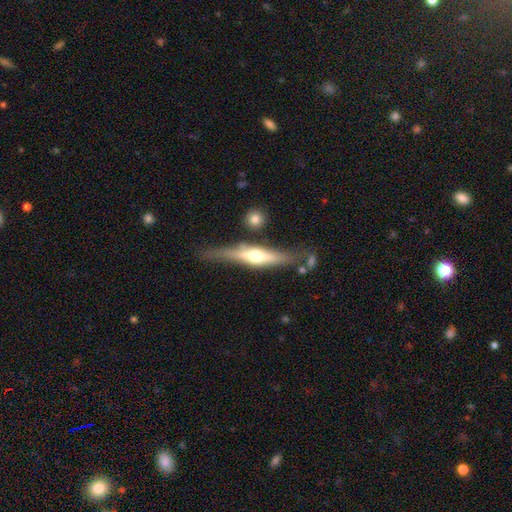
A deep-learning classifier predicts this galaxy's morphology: Smooth or featured? Predicted: featured or disk (p=0.65). Edge-on disk? Predicted: yes (p=0.94). Edge-on bulge? Predicted: rounded (p=0.88). Merging? Predicted: none (p=0.72).